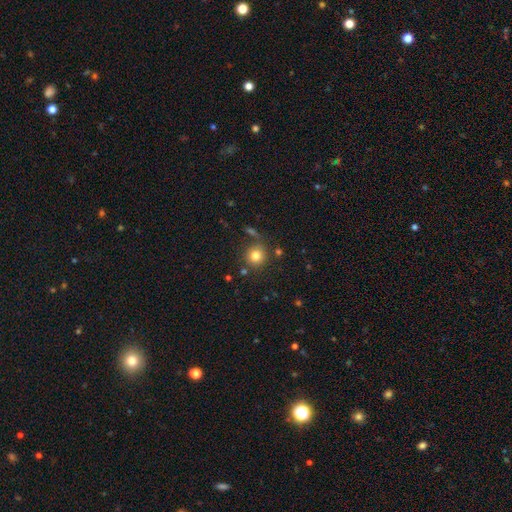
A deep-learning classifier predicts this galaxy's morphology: Smooth or featured? Predicted: smooth (p=0.80). How rounded? Predicted: round (p=0.91). Merging? Predicted: none (p=0.78).